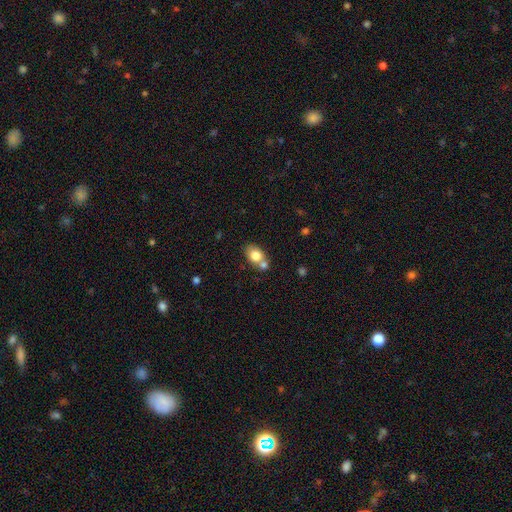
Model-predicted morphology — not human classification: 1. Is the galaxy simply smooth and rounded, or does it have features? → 78% smooth, 13% featured or disk, 8% star or artifact.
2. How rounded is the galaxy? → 68% in between, 31% round, 1% cigar-shaped.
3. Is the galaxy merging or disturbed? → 45% none, 39% merger, 12% minor disturbance, 4% major disturbance.